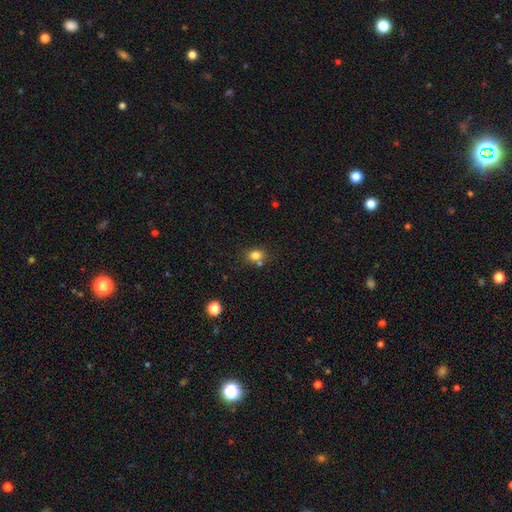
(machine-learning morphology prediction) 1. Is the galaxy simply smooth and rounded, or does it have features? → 80% smooth, 13% star or artifact, 7% featured or disk.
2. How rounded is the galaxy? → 51% round, 48% in between, 1% cigar-shaped.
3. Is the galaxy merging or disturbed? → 65% none, 18% merger, 13% minor disturbance, 4% major disturbance.